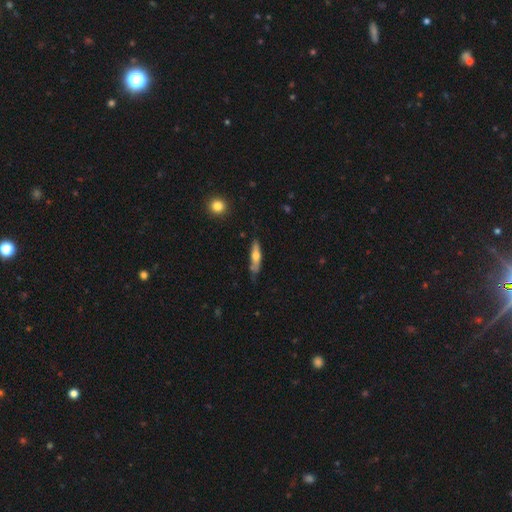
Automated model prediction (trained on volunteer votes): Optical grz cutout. It shows a smooth galaxy with no disk features (53%) that is cigar-shaped (74%). Merging: none (68%).